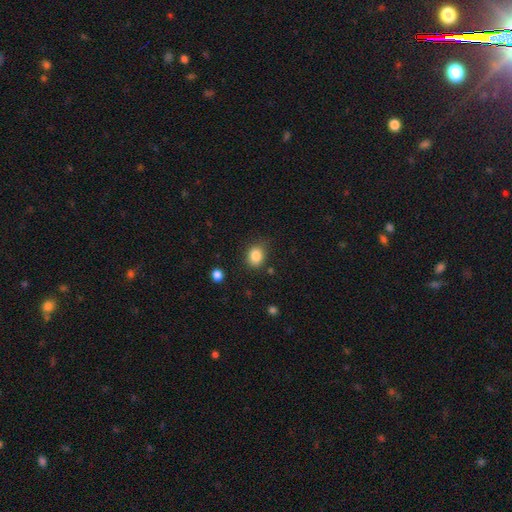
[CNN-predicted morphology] This is clearly a smooth galaxy (85%). How rounded: possibly round (54%). Merging: likely none (74%).